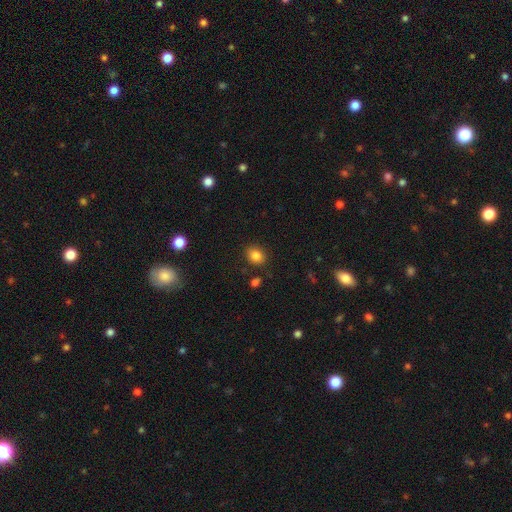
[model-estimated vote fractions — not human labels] smooth-or-featured: smooth: 84% | star or artifact: 11% | featured or disk: 5%
  how-rounded: round: 58% | in between: 41% | cigar-shaped: 1%
  merging: none: 85% | minor disturbance: 10% | major disturbance: 3% | merger: 3%